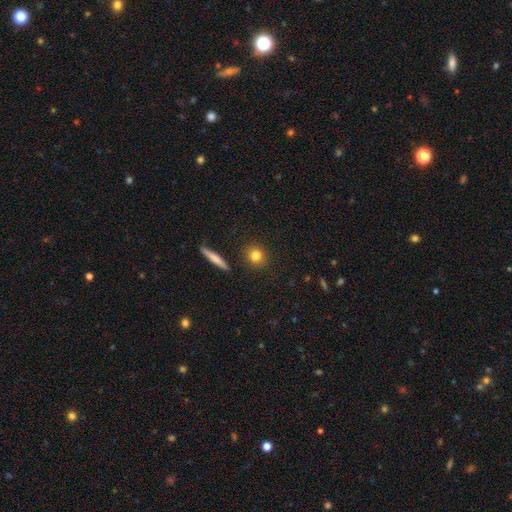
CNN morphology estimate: Q: Smooth or featured?
A: smooth (80%); runner-up: star or artifact (10%)
Q: How rounded?
A: round (85%); runner-up: in between (12%)
Q: Merging?
A: none (90%); runner-up: minor disturbance (6%)